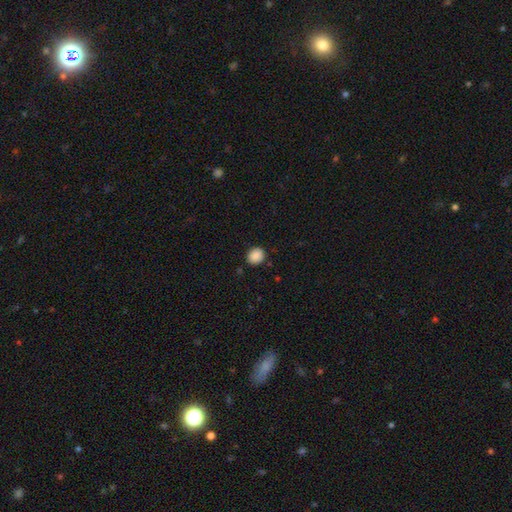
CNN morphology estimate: Overall: smooth (89%). How rounded: round (66%; in between 34%). Merging: none (87%).